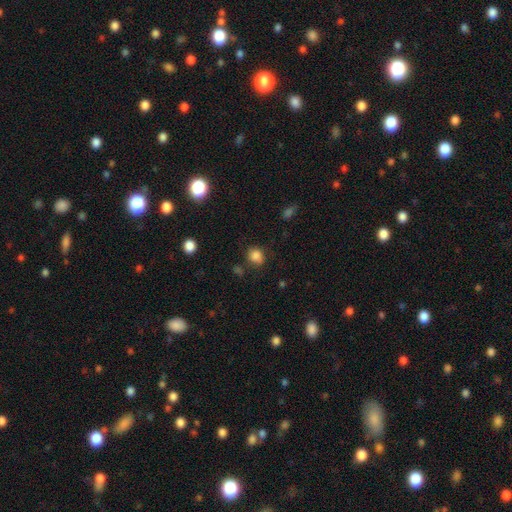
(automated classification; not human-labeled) A smooth galaxy with no disk features (83%) that is round (64%).

Vote fractions:
- Smooth or featured? smooth: 83% / star or artifact: 11% / featured or disk: 5%
- How rounded? round: 64% / in between: 35% / cigar-shaped: 1%
- Merging? none: 70% / minor disturbance: 20% / major disturbance: 6% / merger: 4%